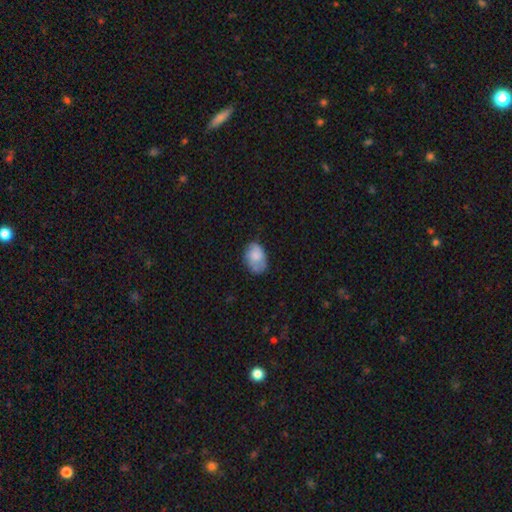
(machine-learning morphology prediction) Smooth or featured? smooth (62%)
How rounded? in between (82%)
Merging? none (62%)